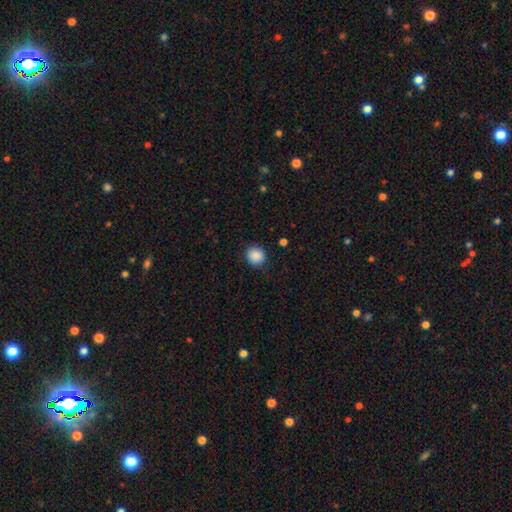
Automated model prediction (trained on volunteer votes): Overall: smooth (88%). How rounded: round (89%). Merging: none (87%).